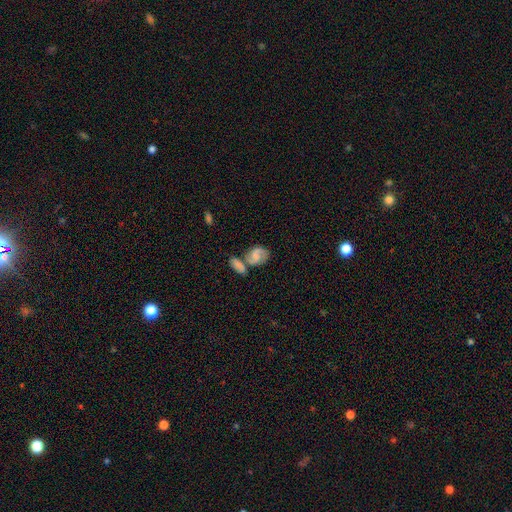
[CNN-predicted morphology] smooth_or_featured: featured or disk (p=0.56) [alt: smooth p=0.36]
disk_edge_on: no (p=0.97) [alt: yes p=0.03]
bar: no (p=0.52) [alt: weak p=0.38]
has_spiral_arms: yes (p=0.85) [alt: no p=0.15]
bulge_size: none (p=0.42) [alt: small p=0.28]
merging: merger (p=0.39) [alt: none p=0.36]